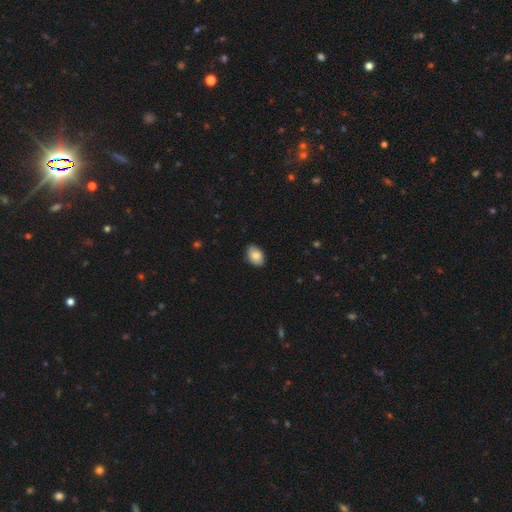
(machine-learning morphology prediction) type=smooth (86%); roundness=in between (86%); merging=none (85%).